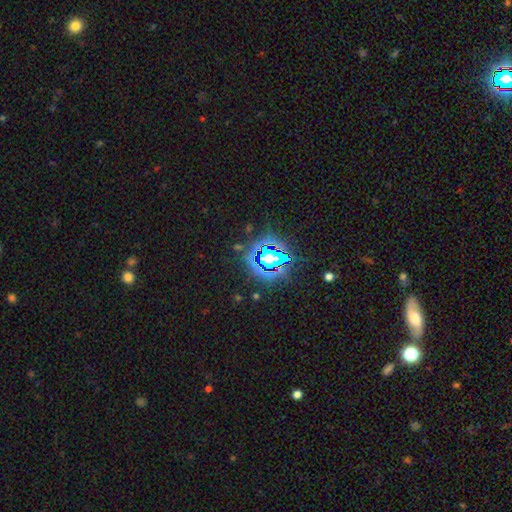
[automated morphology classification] Smooth or featured? star or artifact (78%)